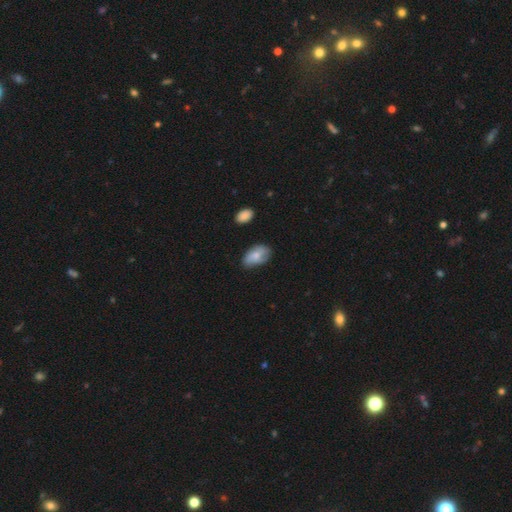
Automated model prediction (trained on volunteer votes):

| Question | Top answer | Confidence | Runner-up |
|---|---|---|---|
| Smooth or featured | smooth | 70% | featured or disk (23%) |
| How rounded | in between | 92% | round (6%) |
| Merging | none | 63% | minor disturbance (29%) |